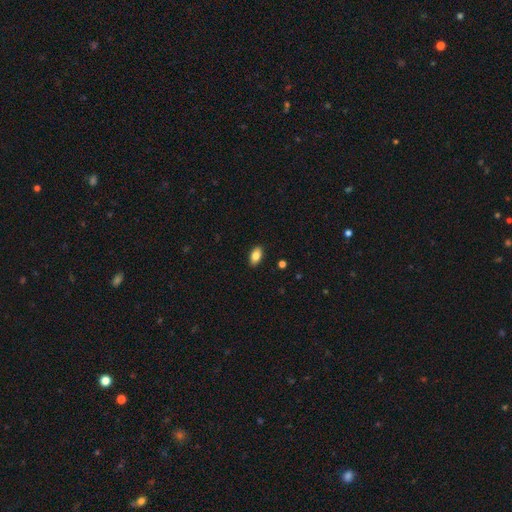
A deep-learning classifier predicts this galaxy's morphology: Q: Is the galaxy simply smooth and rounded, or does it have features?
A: smooth — 84%.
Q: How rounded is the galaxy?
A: in between — 92%.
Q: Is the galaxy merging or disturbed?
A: none — 90%.